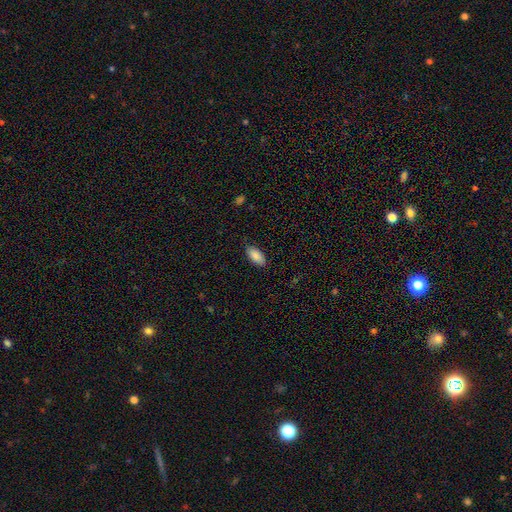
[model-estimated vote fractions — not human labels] Smooth or featured? smooth (87%)
How rounded? in between (92%)
Merging? none (82%)